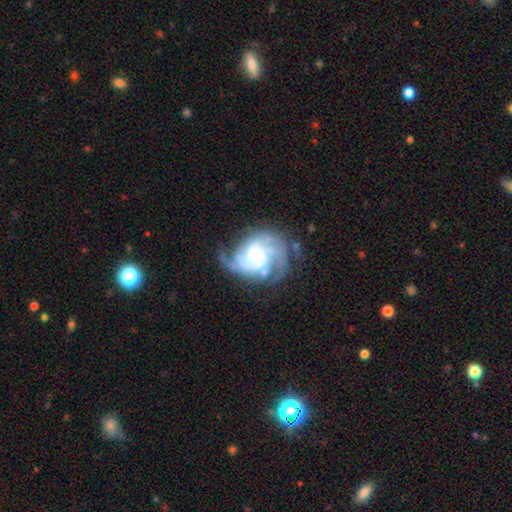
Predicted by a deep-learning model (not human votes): The model was most divided on "spiral winding": tight: 48%, medium: 41%, loose: 11%. Remaining: edge-on disk — no (98%); spiral arms — yes (97%); smooth or featured — featured or disk (87%); bar — no (64%); merging — none (63%); bulge size — moderate (49%); spiral arm count — 3 (34%).